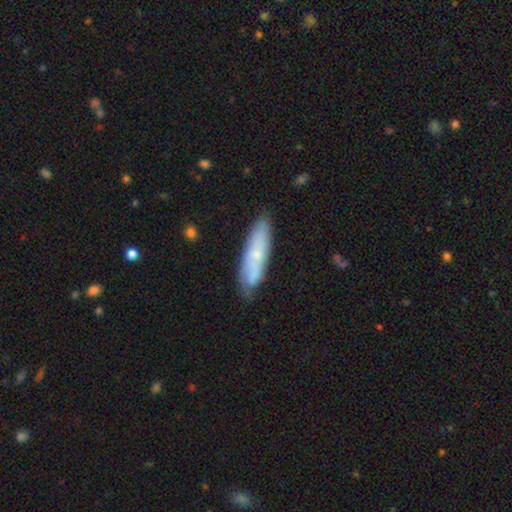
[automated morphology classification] A smooth galaxy with no disk features (57%) that is cigar-shaped (66%).

Vote fractions:
- Smooth or featured? smooth: 57% / featured or disk: 36% / star or artifact: 7%
- How rounded? cigar-shaped: 66% / in between: 32% / round: 2%
- Merging? none: 73% / minor disturbance: 21% / major disturbance: 4% / merger: 2%